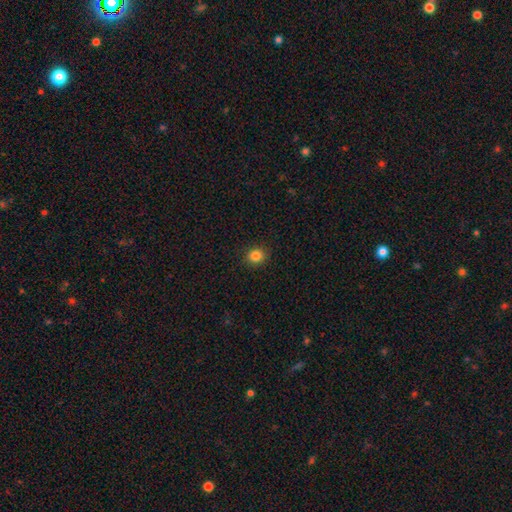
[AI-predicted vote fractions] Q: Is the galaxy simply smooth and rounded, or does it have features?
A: smooth — 84%.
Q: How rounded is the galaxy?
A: round — 83%.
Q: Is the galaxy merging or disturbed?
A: none — 90%.